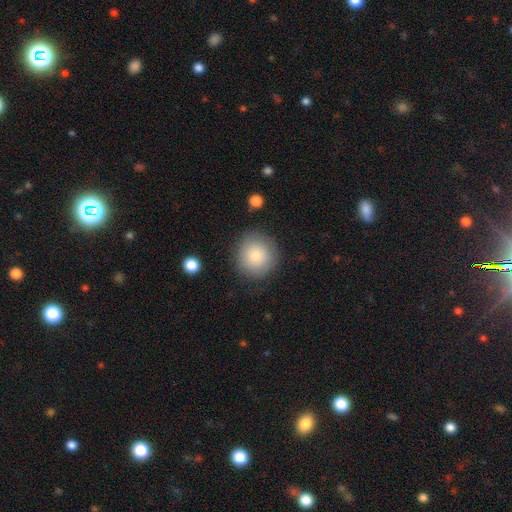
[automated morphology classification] Overall: smooth (80%). How rounded: round (92%). Merging: none (83%).